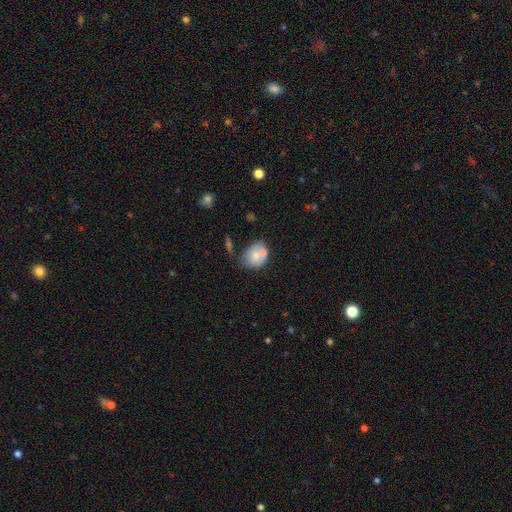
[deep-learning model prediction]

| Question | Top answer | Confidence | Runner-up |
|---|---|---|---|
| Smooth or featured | smooth | 67% | featured or disk (25%) |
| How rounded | in between | 51% | round (48%) |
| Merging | none | 38% | merger (37%) |